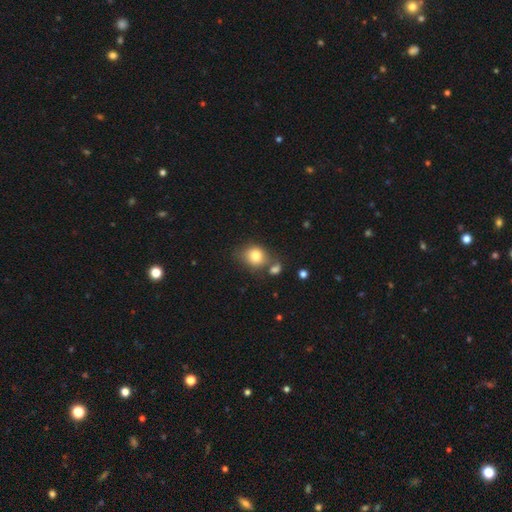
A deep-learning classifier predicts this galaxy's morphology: Smooth or featured? smooth (80%)
How rounded? round (62%)
Merging? none (56%)